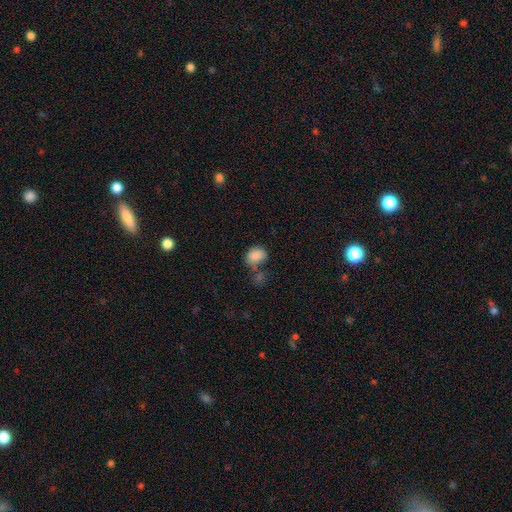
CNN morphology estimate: A smooth galaxy with no disk features (85%) that is in between round and cigar-shaped (61%). Merging: none (38%).